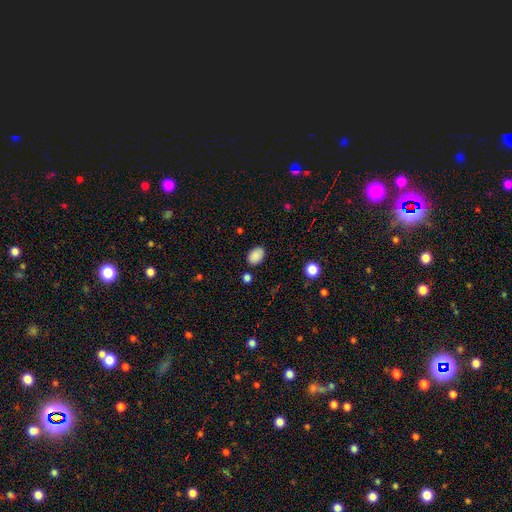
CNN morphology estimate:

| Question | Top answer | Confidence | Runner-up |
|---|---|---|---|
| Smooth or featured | smooth | 88% | star or artifact (9%) |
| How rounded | in between | 83% | round (16%) |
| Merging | none | 83% | minor disturbance (11%) |